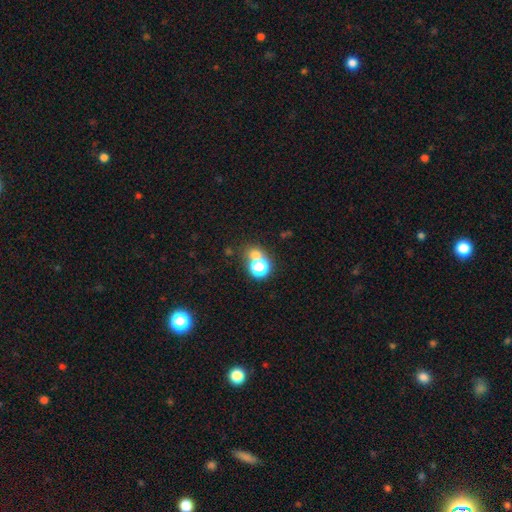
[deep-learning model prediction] This is likely a smooth galaxy (64%). How rounded: likely round (75%). Merging: possibly none (48%).